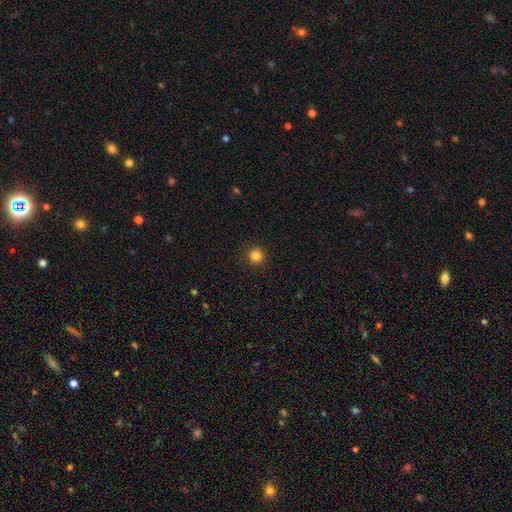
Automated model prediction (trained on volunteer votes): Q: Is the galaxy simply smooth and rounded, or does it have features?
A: smooth — 84%.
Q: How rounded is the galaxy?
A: round — 95%.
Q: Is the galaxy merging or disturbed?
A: none — 92%.